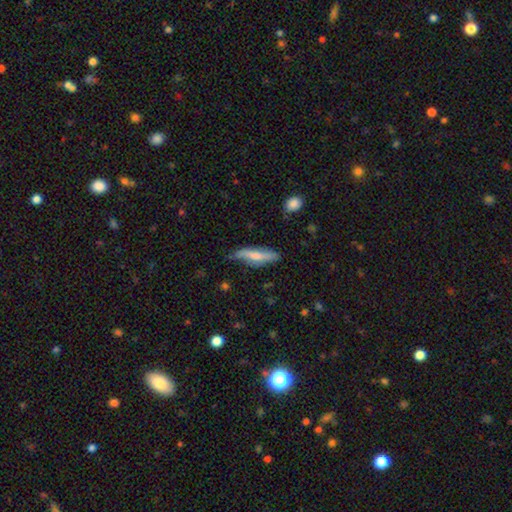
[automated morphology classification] Smooth or featured? smooth (60%)
How rounded? cigar-shaped (74%)
Merging? none (62%)